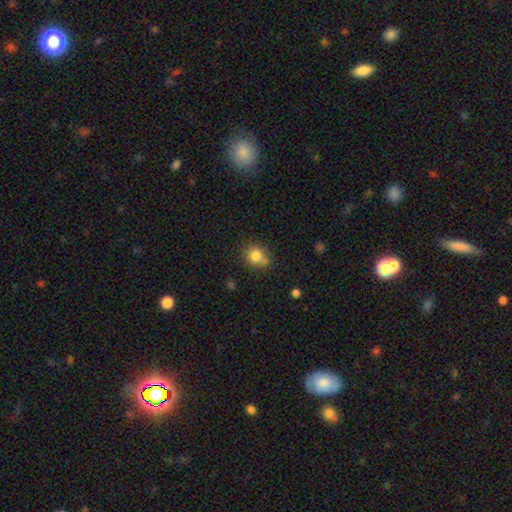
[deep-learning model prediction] A smooth galaxy with no disk features (81%) that is round (80%). Merging: none (67%).